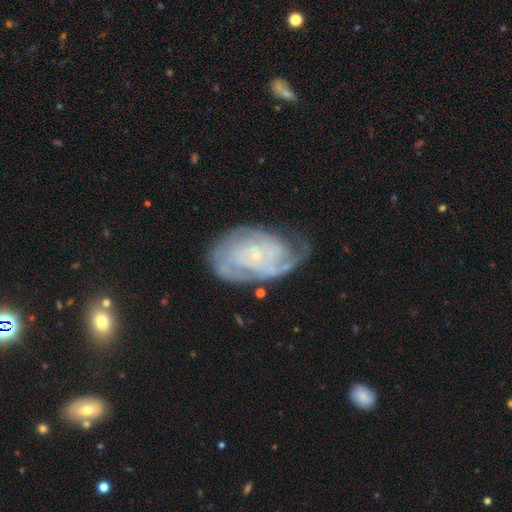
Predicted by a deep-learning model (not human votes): Smooth or featured?
  - featured or disk: 83% *
  - smooth: 11%
  - star or artifact: 6%
Edge-on disk?
  - no: 96% *
  - yes: 4%
Bar?
  - no: 76% *
  - weak: 20%
  - strong: 4%
Spiral arms?
  - yes: 94% *
  - no: 6%
Spiral winding?
  - tight: 69% *
  - medium: 25%
  - loose: 7%
Spiral arm count?
  - can't tell: 38% *
  - 2: 20%
  - 3: 18%
  - 4: 11%
  - 1: 7%
  - more than 4: 6%
Bulge size?
  - small: 85% *
  - moderate: 10%
  - none: 4%
  - large: 1%
  - dominant: 1%
Merging?
  - none: 60% *
  - minor disturbance: 25%
  - major disturbance: 13%
  - merger: 2%